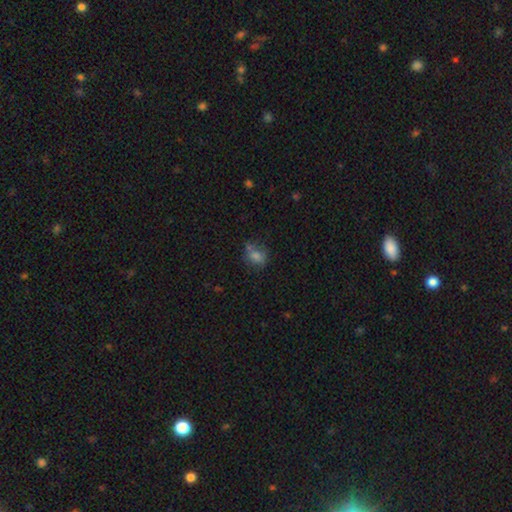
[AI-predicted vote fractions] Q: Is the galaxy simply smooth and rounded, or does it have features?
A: smooth — 72%.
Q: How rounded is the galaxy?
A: round — 54%.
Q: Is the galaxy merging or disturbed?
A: none — 55%.